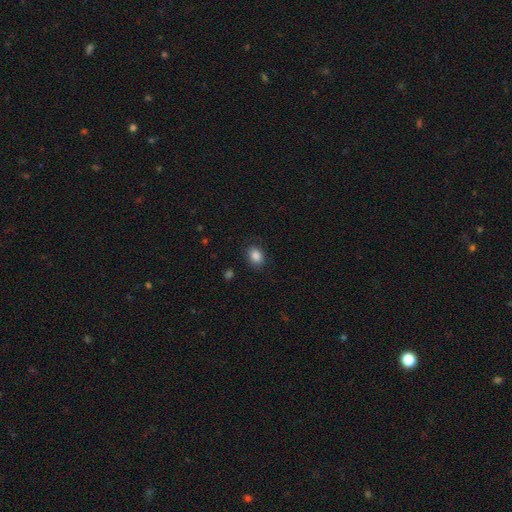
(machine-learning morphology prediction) type=smooth (86%); roundness=in between (65%); merging=none (85%).